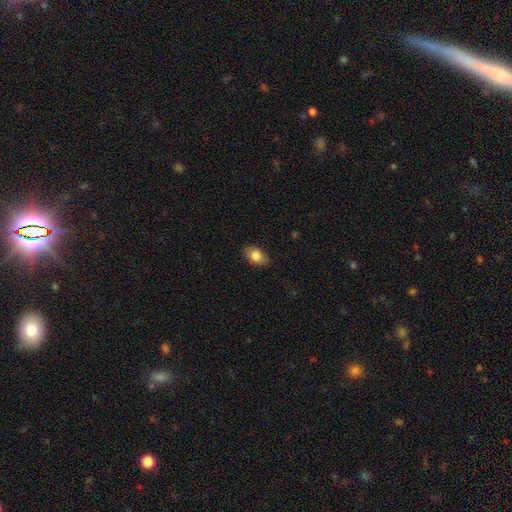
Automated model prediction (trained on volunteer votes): smooth 83%, featured or disk 10%, star or artifact 7%. Down the decision tree: how rounded — in between (89%); merging — none (86%).